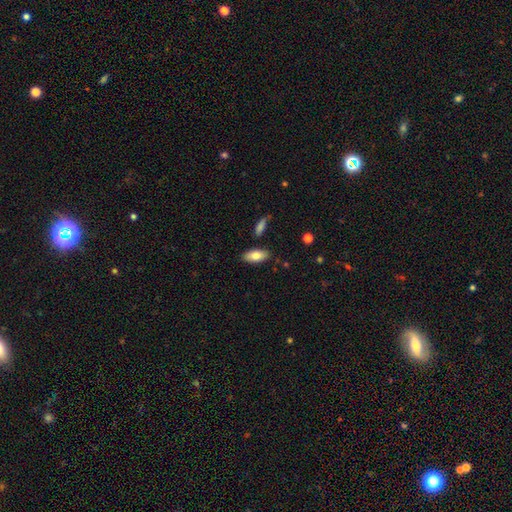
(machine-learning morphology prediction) Smooth or featured?
  - smooth: 80% *
  - featured or disk: 14%
  - star or artifact: 6%
How rounded?
  - in between: 89% *
  - cigar-shaped: 9%
  - round: 2%
Merging?
  - none: 84% *
  - minor disturbance: 11%
  - merger: 3%
  - major disturbance: 2%